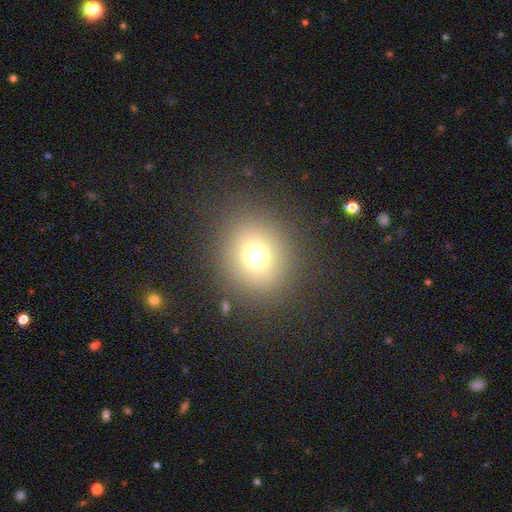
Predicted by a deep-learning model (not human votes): Overall: smooth (70%). How rounded: round (85%). Merging: none (86%).